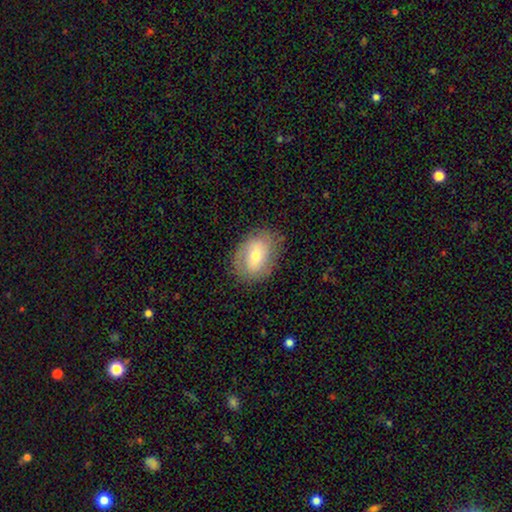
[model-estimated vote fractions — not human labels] Smooth or featured? Predicted: smooth (p=0.54). How rounded? Predicted: in between (p=0.72). Merging? Predicted: none (p=0.79).